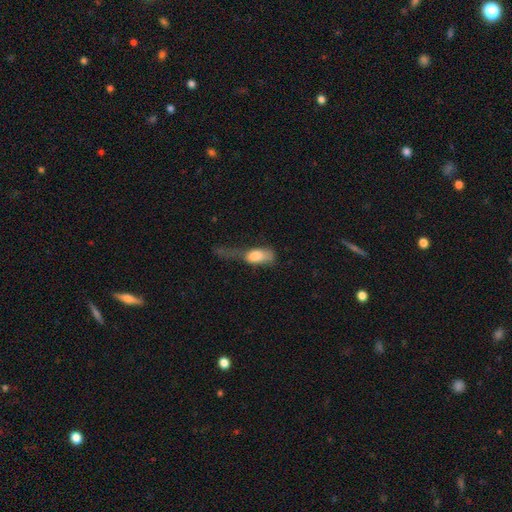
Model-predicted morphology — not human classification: The model was most divided on "merging": major disturbance: 53%, minor disturbance: 24%, none: 16%, merger: 7%. More confident: how rounded — in between (81%); smooth or featured — smooth (76%).